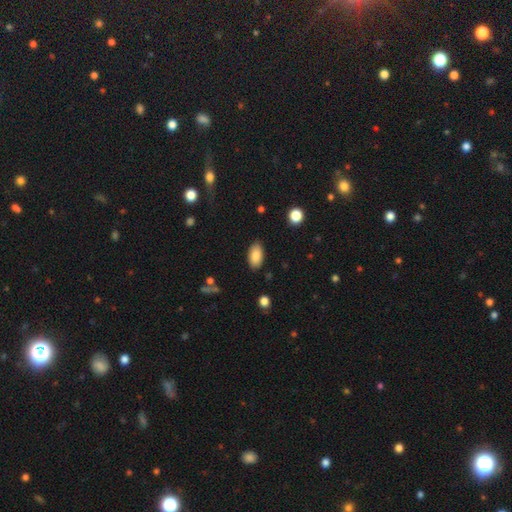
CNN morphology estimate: smooth-or-featured: smooth: 87% | star or artifact: 7% | featured or disk: 6%
  how-rounded: in between: 94% | round: 3% | cigar-shaped: 3%
  merging: none: 86% | minor disturbance: 10% | major disturbance: 3% | merger: 1%